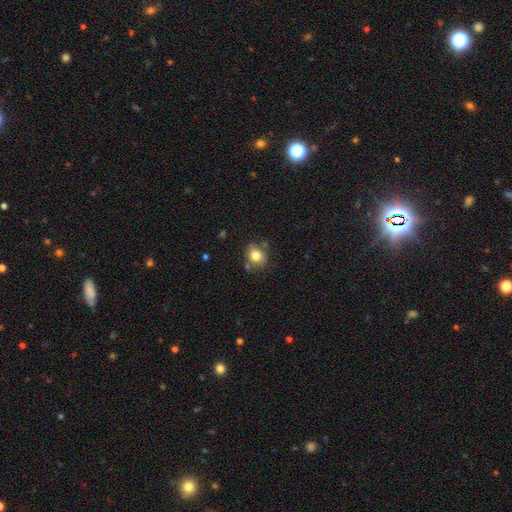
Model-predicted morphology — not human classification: Smooth or featured?
  - smooth: 79% *
  - featured or disk: 11%
  - star or artifact: 10%
How rounded?
  - round: 58% *
  - in between: 41%
  - cigar-shaped: 1%
Merging?
  - none: 70% *
  - minor disturbance: 17%
  - merger: 9%
  - major disturbance: 4%